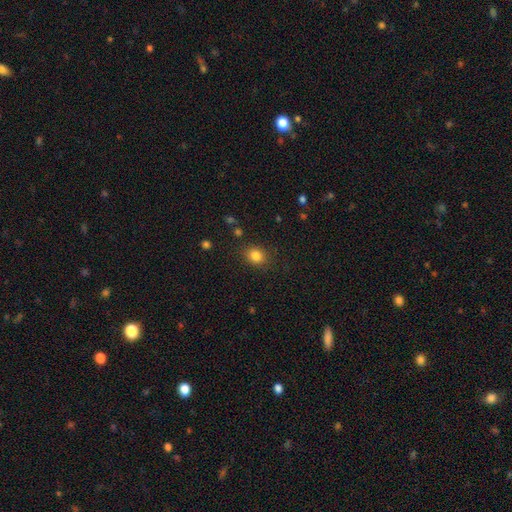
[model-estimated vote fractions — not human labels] A smooth galaxy with no disk features (83%) that is round (65%).

Vote fractions:
- Smooth or featured? smooth: 83% / star or artifact: 12% / featured or disk: 5%
- How rounded? round: 65% / in between: 34% / cigar-shaped: 1%
- Merging? none: 84% / minor disturbance: 10% / major disturbance: 4% / merger: 2%